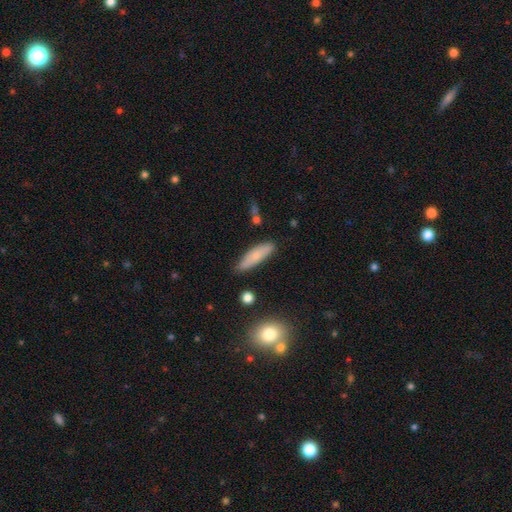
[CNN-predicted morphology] The model was most divided on "how rounded": cigar-shaped: 61%, in between: 36%, round: 2%. More confident: merging — none (78%); smooth or featured — smooth (72%).